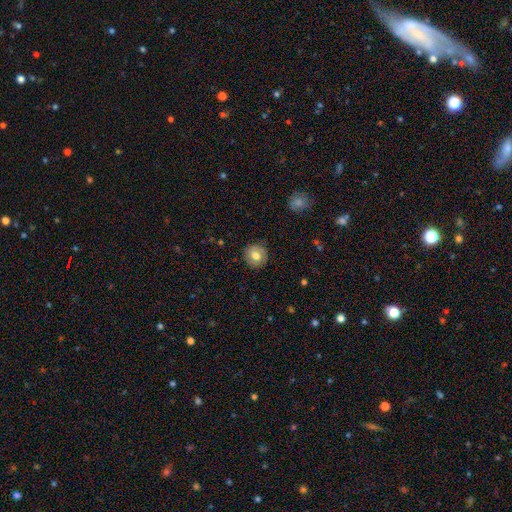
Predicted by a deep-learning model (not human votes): Overall: smooth (77%). How rounded: round (92%). Merging: none (89%).